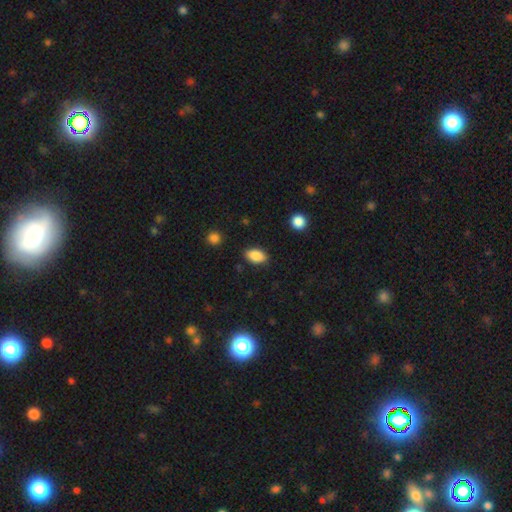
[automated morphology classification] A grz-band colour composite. It shows a smooth galaxy with no disk features (87%) that is in between round and cigar-shaped (91%). Merging: none (86%).